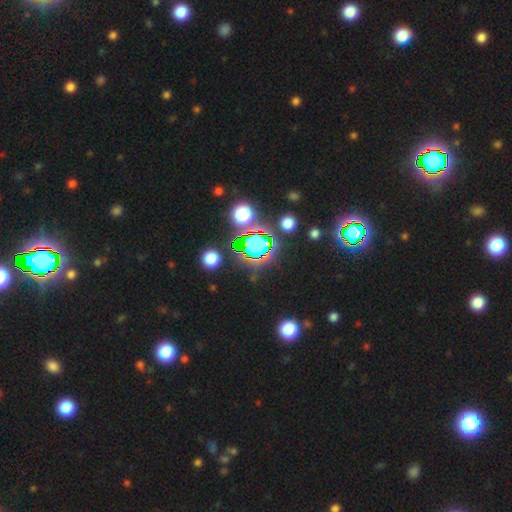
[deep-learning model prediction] Morphology: type=star or artifact (81%).